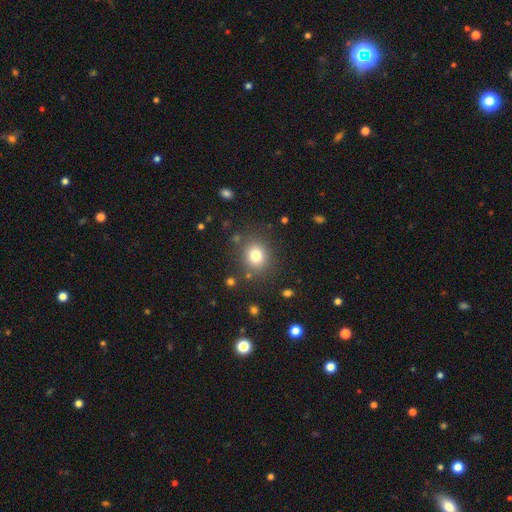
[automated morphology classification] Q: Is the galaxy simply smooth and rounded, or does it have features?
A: smooth — 79%.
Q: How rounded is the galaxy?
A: round — 77%.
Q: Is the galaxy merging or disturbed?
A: none — 84%.